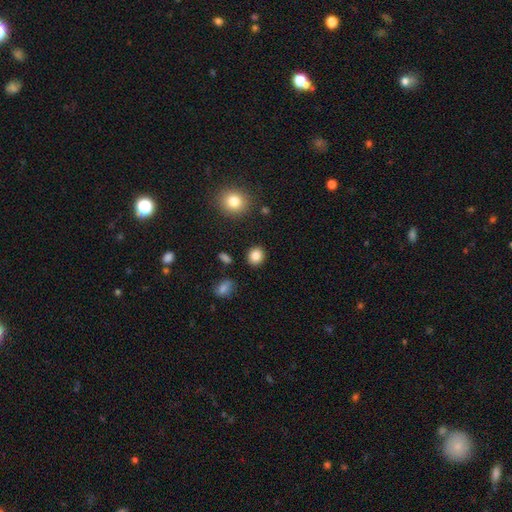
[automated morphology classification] This is clearly a smooth galaxy (85%). How rounded: likely round (80%). Merging: clearly none (89%).